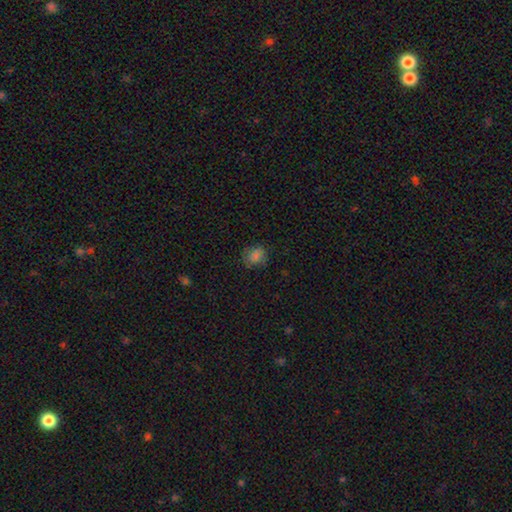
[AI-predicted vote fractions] A smooth galaxy with no disk features (81%) that is round (61%).

Vote fractions:
- Smooth or featured? smooth: 81% / star or artifact: 12% / featured or disk: 7%
- How rounded? round: 61% / in between: 38% / cigar-shaped: 1%
- Merging? none: 76% / minor disturbance: 18% / major disturbance: 5% / merger: 1%